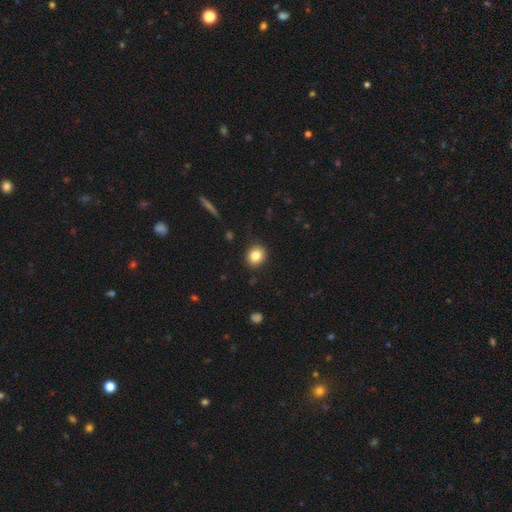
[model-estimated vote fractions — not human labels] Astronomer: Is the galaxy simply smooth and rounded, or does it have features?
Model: smooth — 82%.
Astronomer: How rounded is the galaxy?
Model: round — 73%.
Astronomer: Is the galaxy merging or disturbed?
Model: none — 90%.